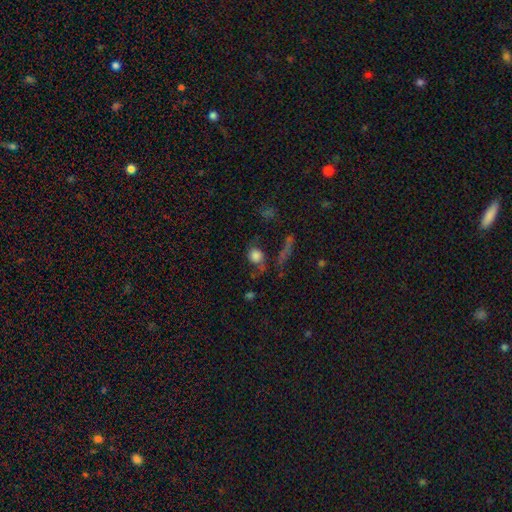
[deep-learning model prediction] smooth_or_featured: smooth (p=0.69) [alt: featured or disk p=0.18]
how_rounded: round (p=0.79) [alt: in between p=0.18]
merging: none (p=0.43) [alt: major disturbance p=0.25]